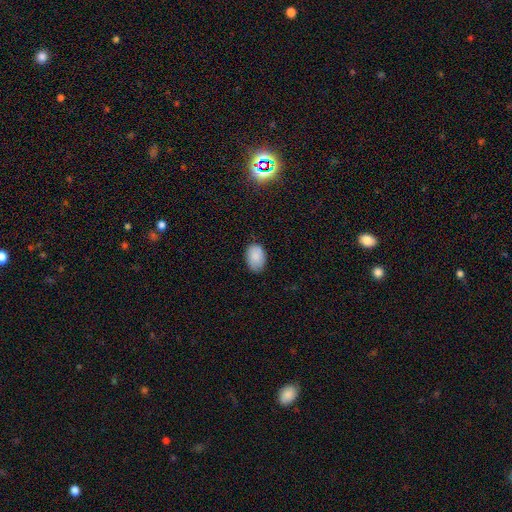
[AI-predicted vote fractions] Smooth or featured: smooth — 87% (star or artifact — 7%)
How rounded: in between — 85% (round — 14%)
Merging: none — 78% (minor disturbance — 18%)